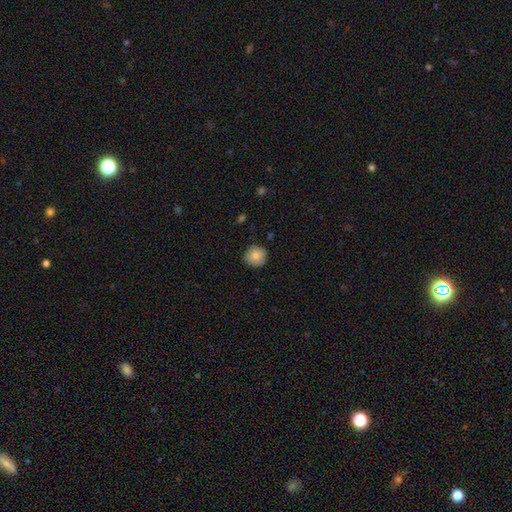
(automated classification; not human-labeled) smooth-or-featured: smooth: 83% | featured or disk: 9% | star or artifact: 8%
  how-rounded: round: 93% | in between: 6% | cigar-shaped: 1%
  merging: none: 85% | minor disturbance: 11% | major disturbance: 2% | merger: 1%